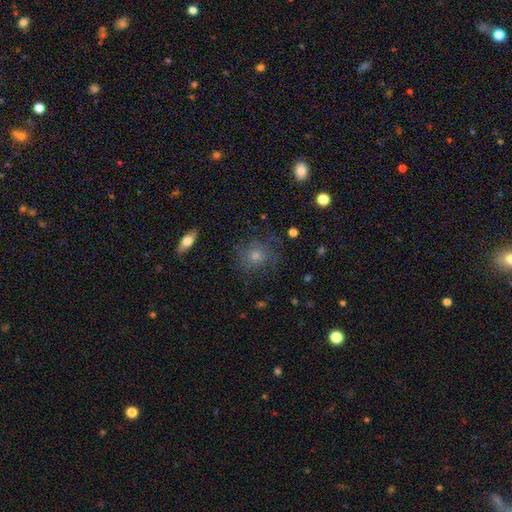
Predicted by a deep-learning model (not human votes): This appears to be a smooth galaxy with no disk features (41%). Merging: none (75%).